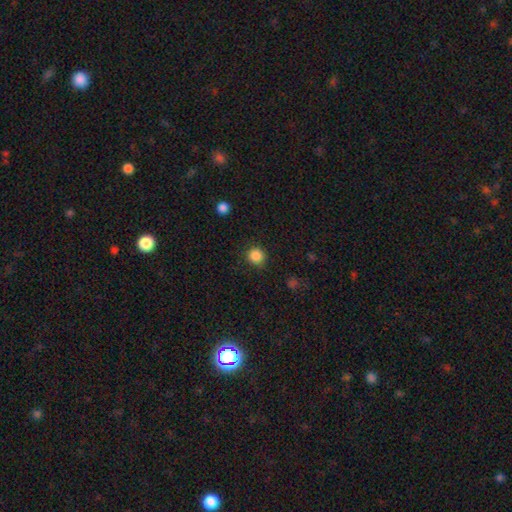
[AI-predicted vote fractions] Overall: smooth (86%). How rounded: round (93%). Merging: none (89%).